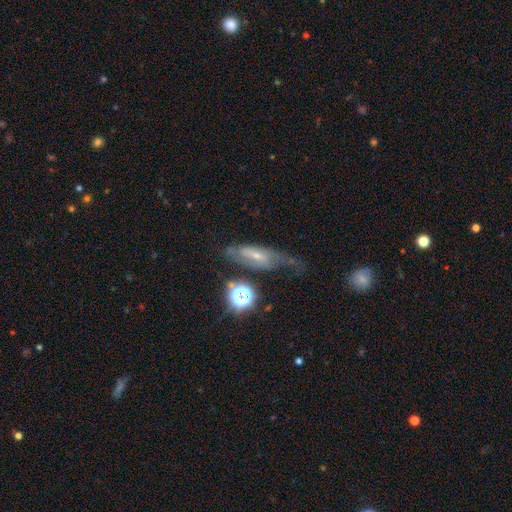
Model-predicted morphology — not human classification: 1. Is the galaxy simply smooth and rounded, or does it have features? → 61% featured or disk, 26% smooth, 13% star or artifact.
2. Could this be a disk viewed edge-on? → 76% no, 24% yes.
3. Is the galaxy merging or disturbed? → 44% none, 25% major disturbance, 25% minor disturbance, 5% merger.